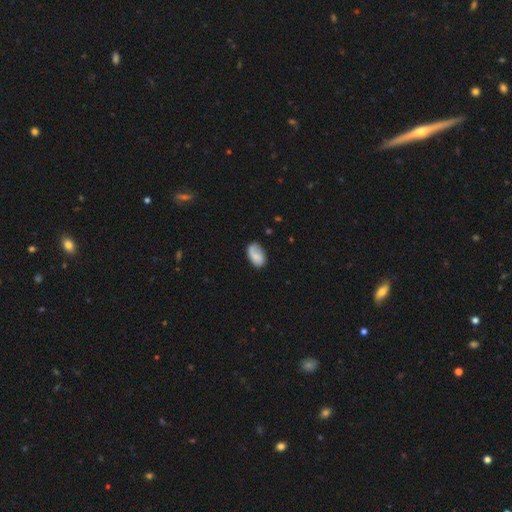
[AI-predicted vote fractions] Smooth or featured: smooth — 68% (featured or disk — 25%)
How rounded: in between — 90% (round — 8%)
Merging: none — 62% (minor disturbance — 26%)